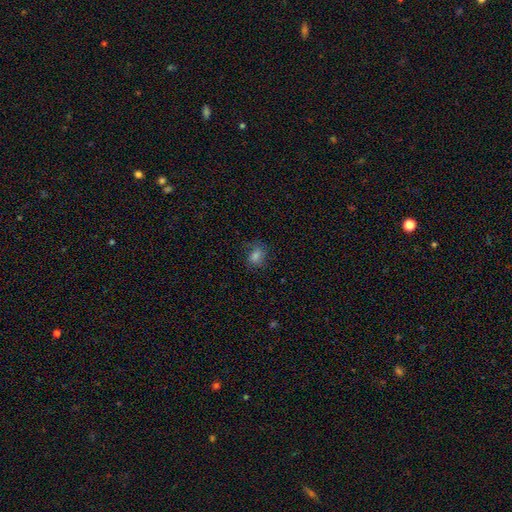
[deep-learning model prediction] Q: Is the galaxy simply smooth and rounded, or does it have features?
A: smooth — 62%.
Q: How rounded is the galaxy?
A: in between — 50%.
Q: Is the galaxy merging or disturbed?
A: none — 68%.